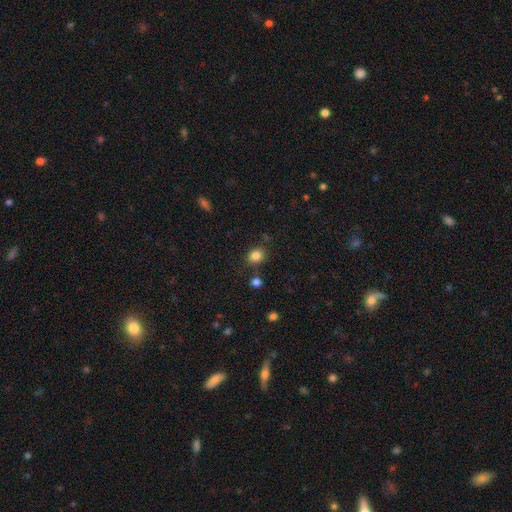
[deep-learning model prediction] This appears to be a smooth galaxy with no disk features (83%) that is round (67%). Merging: none (80%).